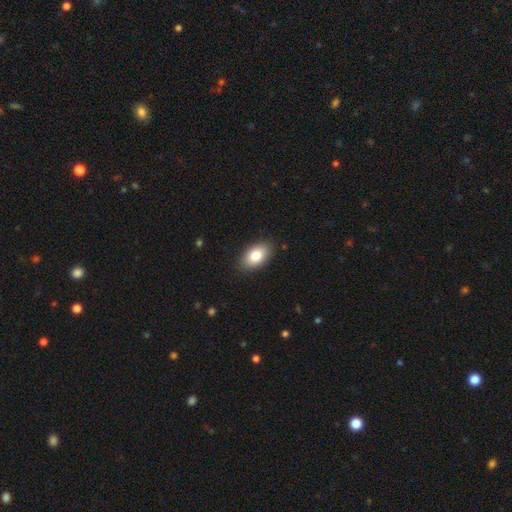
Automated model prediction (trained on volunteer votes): smooth_or_featured: smooth (p=0.83) [alt: featured or disk p=0.10]
how_rounded: in between (p=0.92) [alt: round p=0.07]
merging: none (p=0.87) [alt: minor disturbance p=0.10]